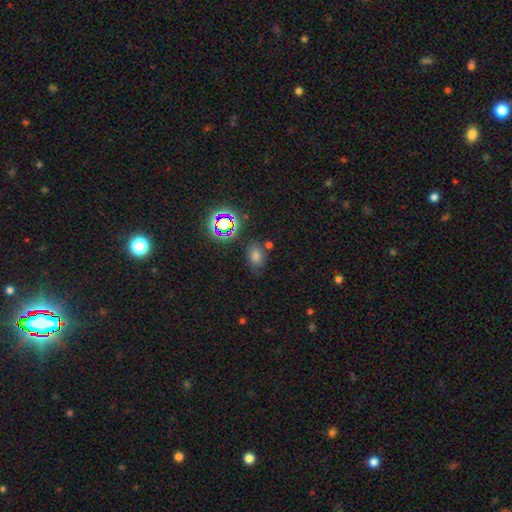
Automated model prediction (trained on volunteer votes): Morphology: type=smooth (57%); roundness=in between (71%); merging=none (74%).